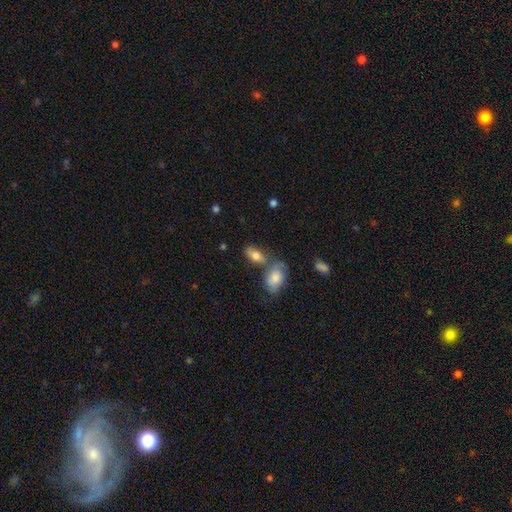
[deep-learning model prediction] Overall: smooth (75%). How rounded: in between (88%). Merging: none (50%; merger 30%).